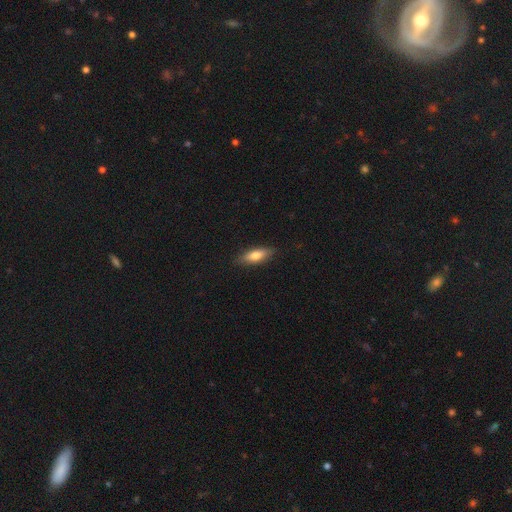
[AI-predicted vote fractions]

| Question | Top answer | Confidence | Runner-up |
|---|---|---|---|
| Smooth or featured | smooth | 72% | featured or disk (22%) |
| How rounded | in between | 60% | cigar-shaped (38%) |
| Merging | none | 86% | minor disturbance (11%) |